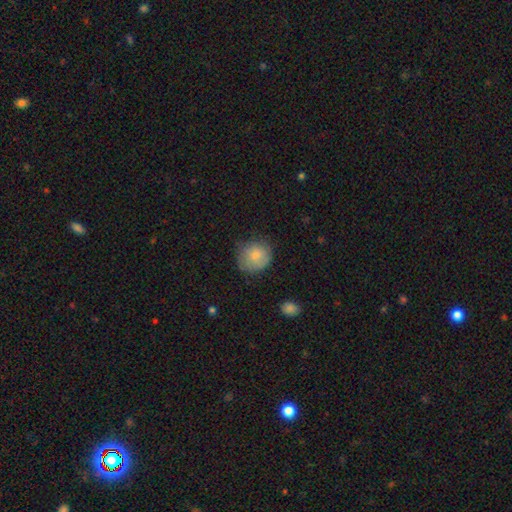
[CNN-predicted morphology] Overall: smooth (77%). How rounded: round (82%). Merging: none (64%; minor disturbance 26%).